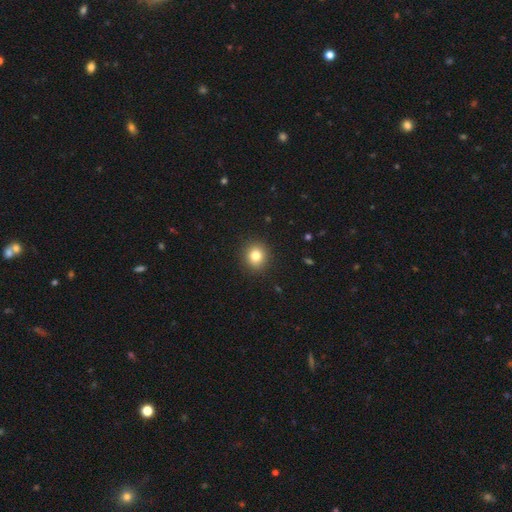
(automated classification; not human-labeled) A smooth galaxy with no disk features (81%) that is round (83%).

Vote fractions:
- Smooth or featured? smooth: 81% / star or artifact: 11% / featured or disk: 8%
- How rounded? round: 83% / in between: 16% / cigar-shaped: 1%
- Merging? none: 91% / minor disturbance: 6% / major disturbance: 2% / merger: 1%